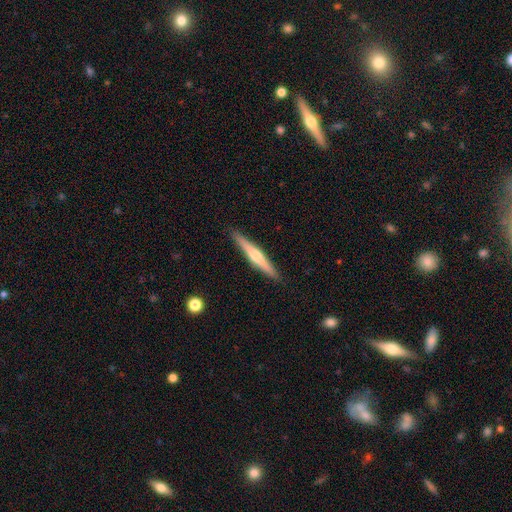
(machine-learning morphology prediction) featured or disk 56%, smooth 38%, star or artifact 5%. Down the decision tree: edge-on disk — yes (97%); edge-on bulge — rounded (79%); merging — none (91%).